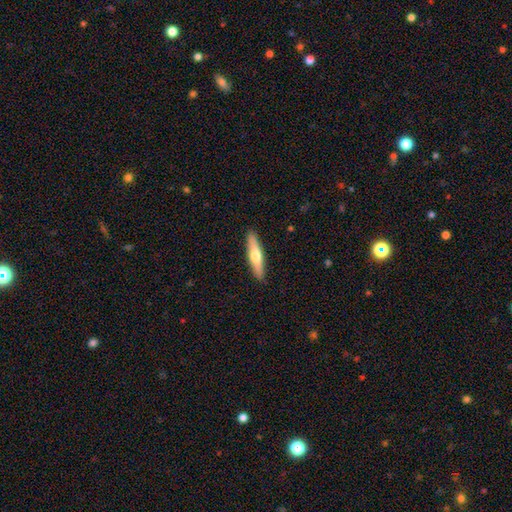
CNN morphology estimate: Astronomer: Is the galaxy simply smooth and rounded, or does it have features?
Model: smooth — 54% (runner-up: featured or disk, 40%).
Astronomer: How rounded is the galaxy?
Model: cigar-shaped — 83%.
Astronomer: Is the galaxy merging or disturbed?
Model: none — 90%.